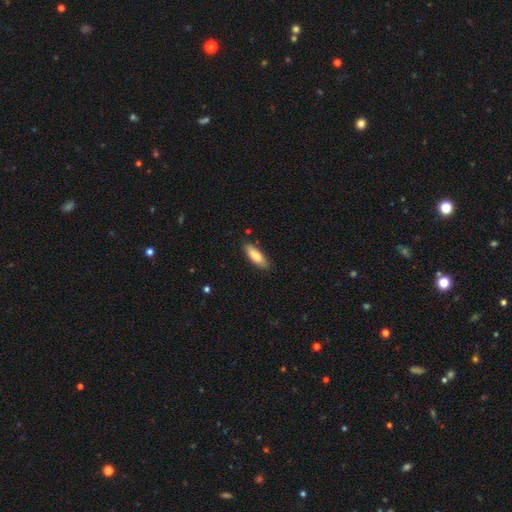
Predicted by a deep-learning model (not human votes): smooth_or_featured: smooth (p=0.82) [alt: featured or disk p=0.12]
how_rounded: in between (p=0.60) [alt: cigar-shaped p=0.38]
merging: none (p=0.84) [alt: minor disturbance p=0.12]